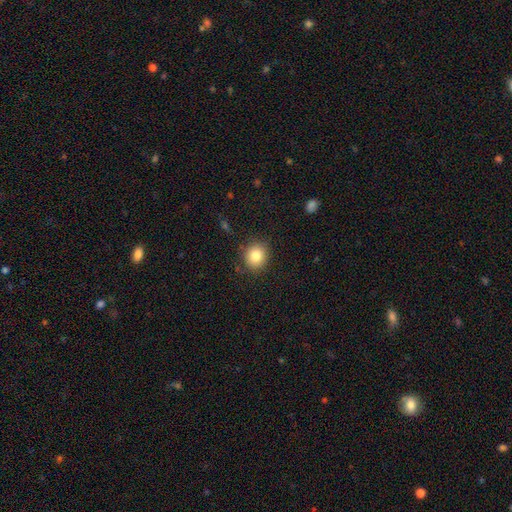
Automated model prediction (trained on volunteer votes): smooth-or-featured: smooth: 82% | star or artifact: 10% | featured or disk: 8%
  how-rounded: round: 79% | in between: 20% | cigar-shaped: 1%
  merging: none: 86% | minor disturbance: 10% | major disturbance: 3% | merger: 1%